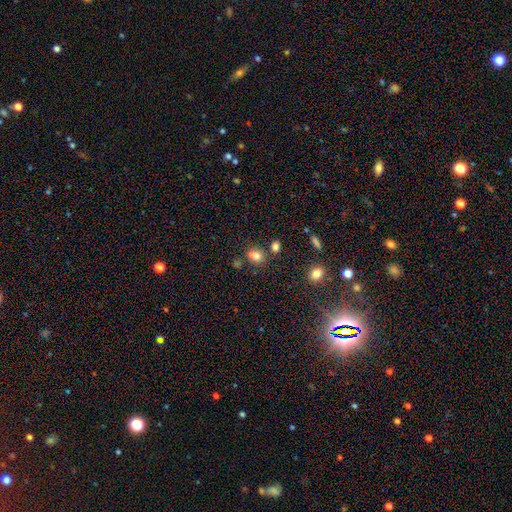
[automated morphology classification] smooth 72%, star or artifact 16%, featured or disk 12%. Down the decision tree: how rounded — round (54%); merging — none (46%).